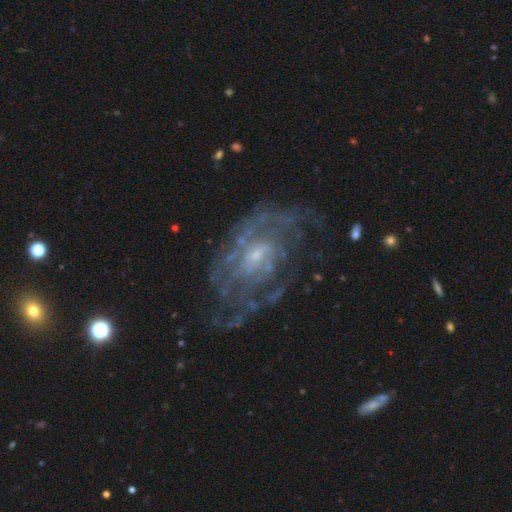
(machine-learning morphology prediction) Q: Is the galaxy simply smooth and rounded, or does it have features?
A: featured or disk — 84%.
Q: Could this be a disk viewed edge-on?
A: no — 96%.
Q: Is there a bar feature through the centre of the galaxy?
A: no — 56%.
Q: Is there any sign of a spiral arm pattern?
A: yes — 83%.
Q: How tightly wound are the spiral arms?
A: tight — 48%.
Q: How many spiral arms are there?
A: can't tell — 49%.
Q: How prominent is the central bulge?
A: small — 69%.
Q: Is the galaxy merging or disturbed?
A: none — 60%.